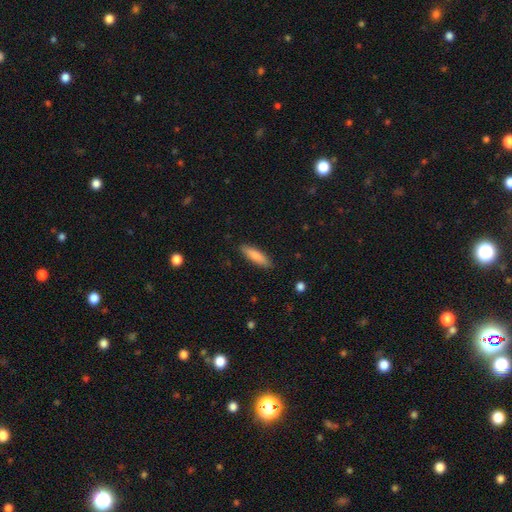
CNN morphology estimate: Overall: smooth (85%). How rounded: cigar-shaped (67%; in between 31%). Merging: none (88%).